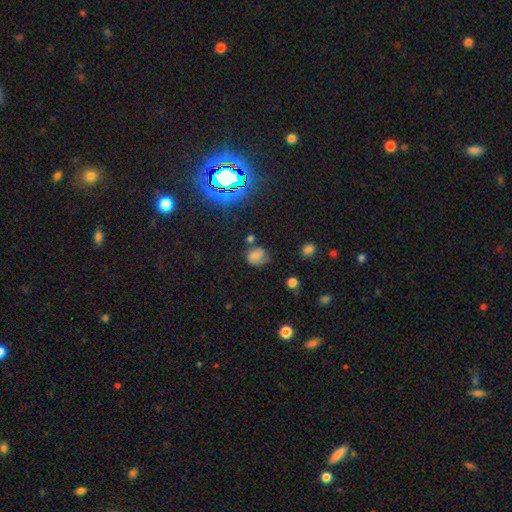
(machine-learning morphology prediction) This appears to be a smooth galaxy with no disk features (58%) that is round (58%). Merging: none (51%).